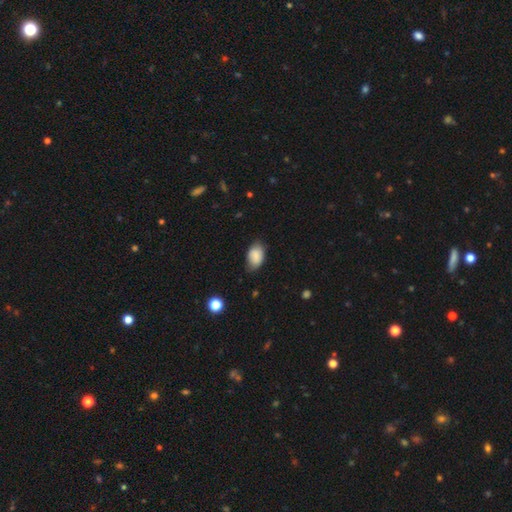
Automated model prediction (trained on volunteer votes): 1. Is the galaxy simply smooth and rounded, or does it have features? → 86% smooth, 7% star or artifact, 7% featured or disk.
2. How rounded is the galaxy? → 89% in between, 10% round, 1% cigar-shaped.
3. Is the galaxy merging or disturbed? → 68% none, 26% minor disturbance, 5% major disturbance, 1% merger.